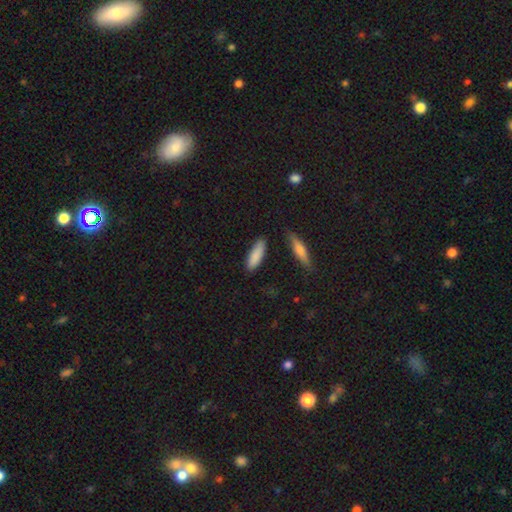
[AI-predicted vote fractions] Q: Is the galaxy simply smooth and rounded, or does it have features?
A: smooth — 86%.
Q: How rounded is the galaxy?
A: in between — 51%.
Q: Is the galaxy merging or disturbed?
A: none — 80%.